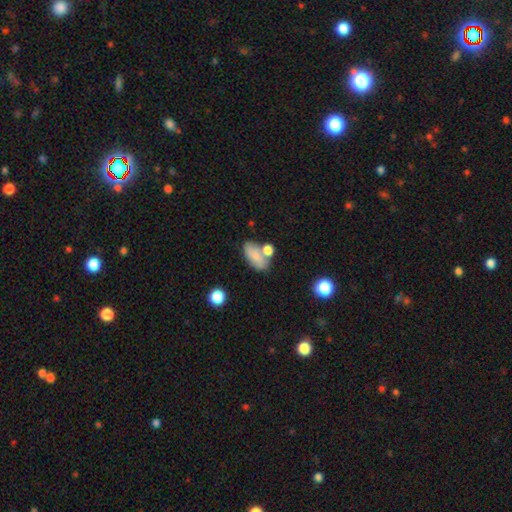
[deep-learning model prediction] Smooth or featured? Predicted: smooth (p=0.77). How rounded? Predicted: in between (p=0.88). Merging? Predicted: none (p=0.48).